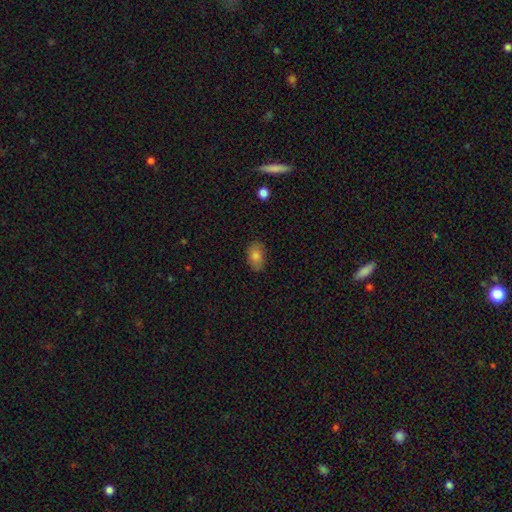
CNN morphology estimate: Overall: smooth (81%). How rounded: in between (88%). Merging: none (84%).